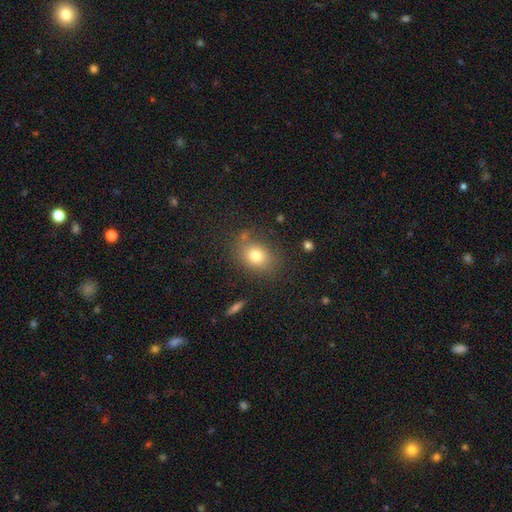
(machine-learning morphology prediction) Smooth or featured?
  - smooth: 77% *
  - star or artifact: 12%
  - featured or disk: 11%
How rounded?
  - in between: 57% *
  - round: 42%
  - cigar-shaped: 1%
Merging?
  - none: 77% *
  - minor disturbance: 14%
  - major disturbance: 5%
  - merger: 4%